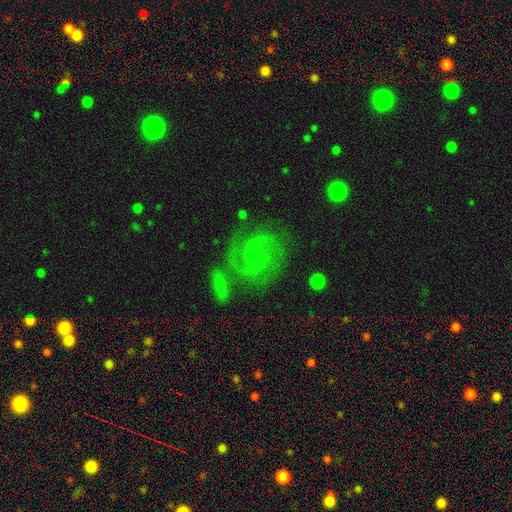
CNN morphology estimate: Q: Smooth or featured?
A: featured or disk (64%); runner-up: smooth (21%)
Q: Edge-on disk?
A: no (97%); runner-up: yes (3%)
Q: Bar?
A: no (66%); runner-up: weak (28%)
Q: Spiral arms?
A: yes (89%); runner-up: no (11%)
Q: Spiral winding?
A: tight (50%); runner-up: medium (39%)
Q: Spiral arm count?
A: 2 (49%); runner-up: can't tell (26%)
Q: Bulge size?
A: small (66%); runner-up: moderate (16%)
Q: Merging?
A: none (67%); runner-up: minor disturbance (16%)